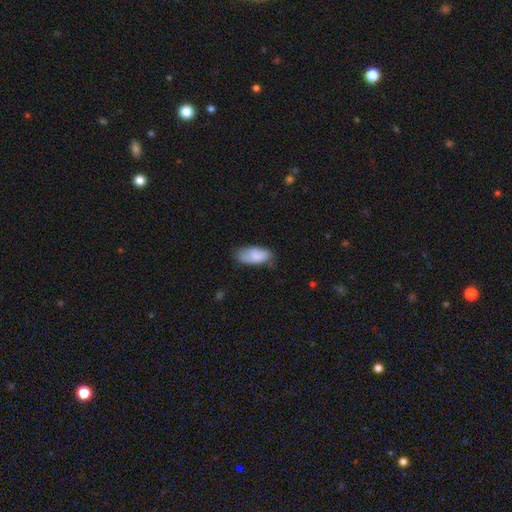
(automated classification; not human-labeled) Smooth or featured? Predicted: smooth (p=0.82). How rounded? Predicted: in between (p=0.90). Merging? Predicted: none (p=0.59).